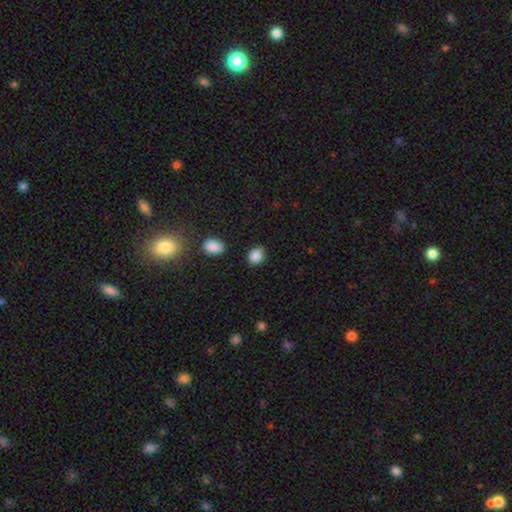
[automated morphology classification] A smooth galaxy with no disk features (86%) that is round (61%).

Vote fractions:
- Smooth or featured? smooth: 86% / star or artifact: 9% / featured or disk: 5%
- How rounded? round: 61% / in between: 38% / cigar-shaped: 1%
- Merging? none: 84% / minor disturbance: 11% / major disturbance: 3% / merger: 2%